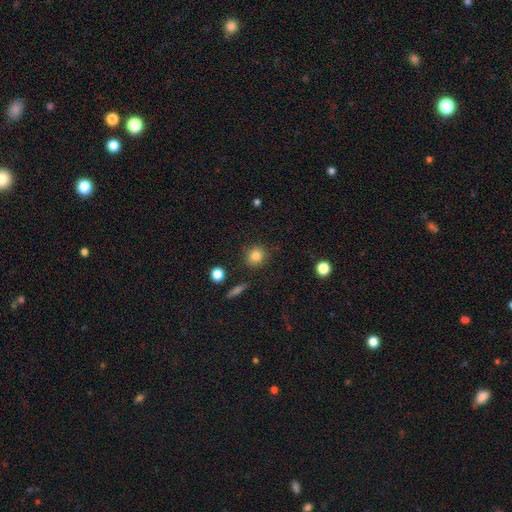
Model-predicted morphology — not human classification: A smooth galaxy with no disk features (83%) that is round (86%).

Vote fractions:
- Smooth or featured? smooth: 83% / star or artifact: 10% / featured or disk: 7%
- How rounded? round: 86% / in between: 13% / cigar-shaped: 1%
- Merging? none: 87% / minor disturbance: 8% / major disturbance: 3% / merger: 2%